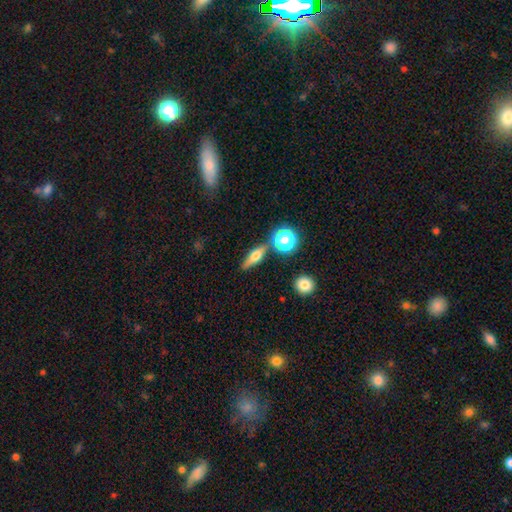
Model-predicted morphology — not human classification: Smooth or featured? Predicted: featured or disk (p=0.45). Merging? Predicted: none (p=0.80).